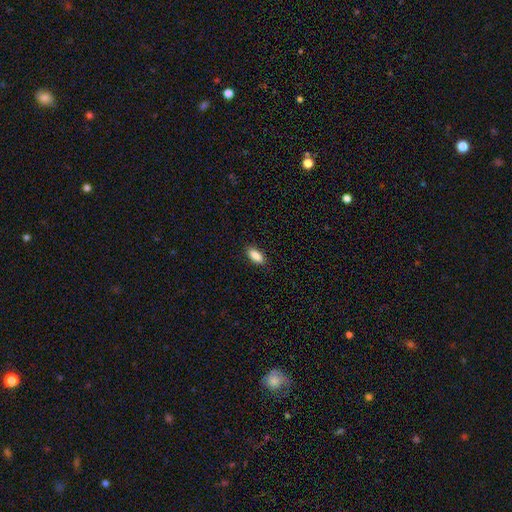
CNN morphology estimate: Smooth or featured? Predicted: smooth (p=0.89). How rounded? Predicted: in between (p=0.85). Merging? Predicted: none (p=0.88).